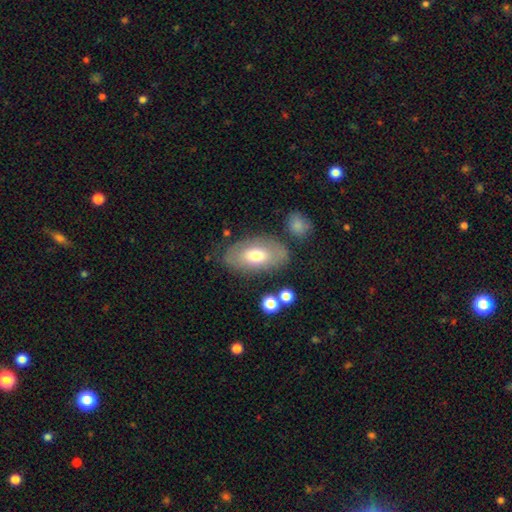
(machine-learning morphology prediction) smooth-or-featured: smooth: 62% | featured or disk: 32% | star or artifact: 7%
  how-rounded: in between: 92% | round: 5% | cigar-shaped: 2%
  merging: none: 72% | minor disturbance: 17% | major disturbance: 6% | merger: 5%